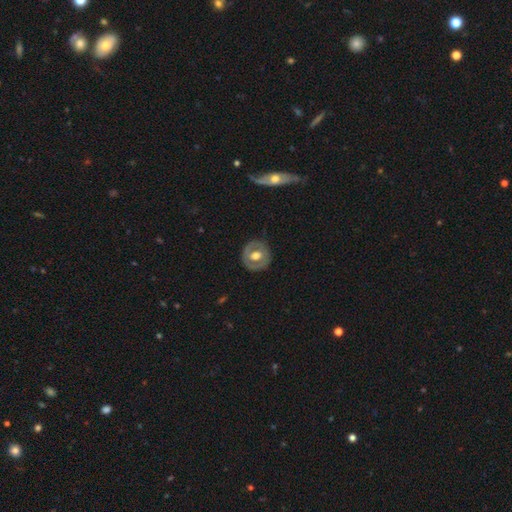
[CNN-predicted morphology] Smooth or featured: featured or disk — 55% (smooth — 40%)
Edge-on disk: no — 94% (yes — 6%)
Bar: no — 65% (weak — 27%)
Spiral arms: no — 81% (yes — 19%)
Bulge size: moderate — 60% (large — 33%)
Merging: none — 85% (minor disturbance — 11%)